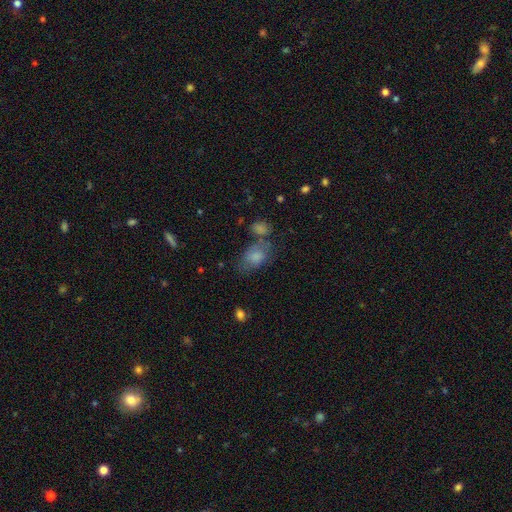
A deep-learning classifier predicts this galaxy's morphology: A smooth galaxy with no disk features (76%) that is in between round and cigar-shaped (82%). Merging: none (48%).